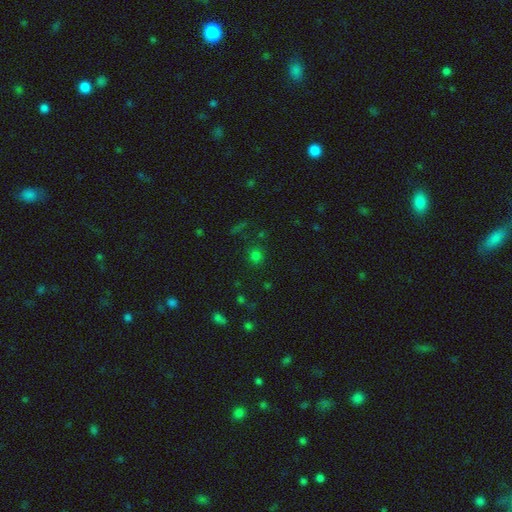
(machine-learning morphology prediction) type=smooth (72%); roundness=round (83%); merging=none (82%).